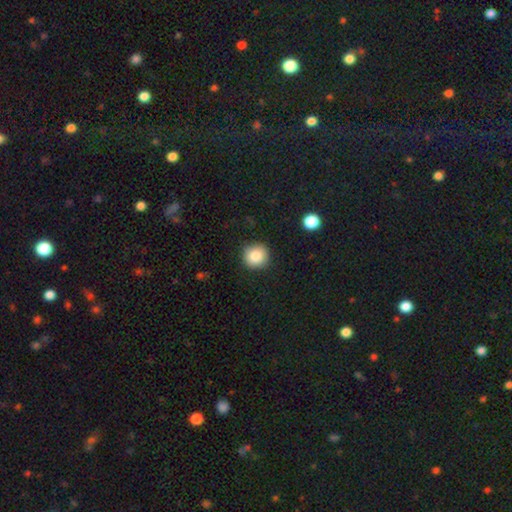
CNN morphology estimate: This appears to be a smooth galaxy with no disk features (85%) that is round (93%). Merging: none (89%).